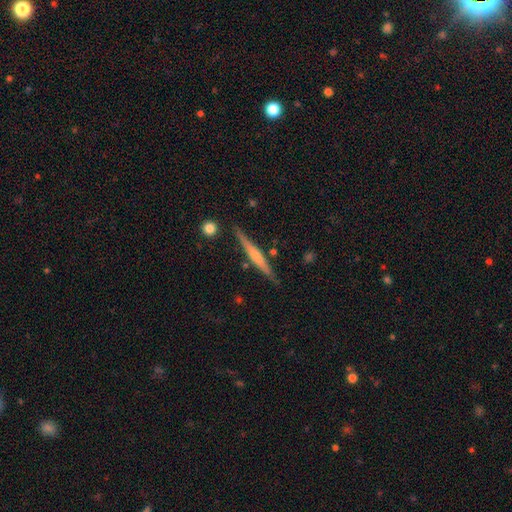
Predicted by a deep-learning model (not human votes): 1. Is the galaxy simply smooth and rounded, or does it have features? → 57% featured or disk, 37% smooth, 6% star or artifact.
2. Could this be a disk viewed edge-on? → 97% yes, 3% no.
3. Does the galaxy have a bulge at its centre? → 40% none, 39% rounded, 21% boxy.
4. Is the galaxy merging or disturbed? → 85% none, 11% minor disturbance, 3% merger, 2% major disturbance.